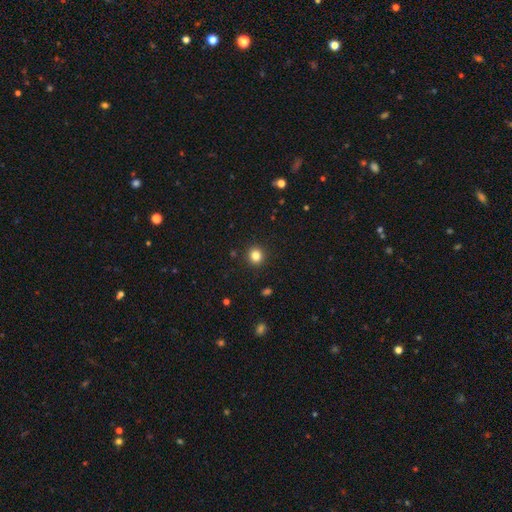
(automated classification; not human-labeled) Smooth or featured: smooth — 83% (star or artifact — 12%)
How rounded: round — 90% (in between — 9%)
Merging: none — 92% (minor disturbance — 5%)